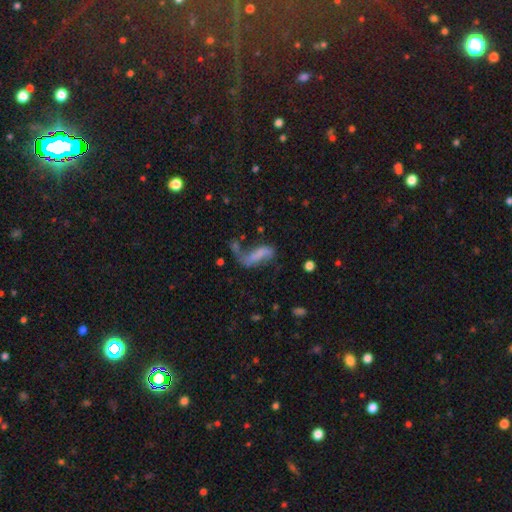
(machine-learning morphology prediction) Overall: smooth (45%; featured or disk 42%). Merging: major disturbance (36%; none 28%).